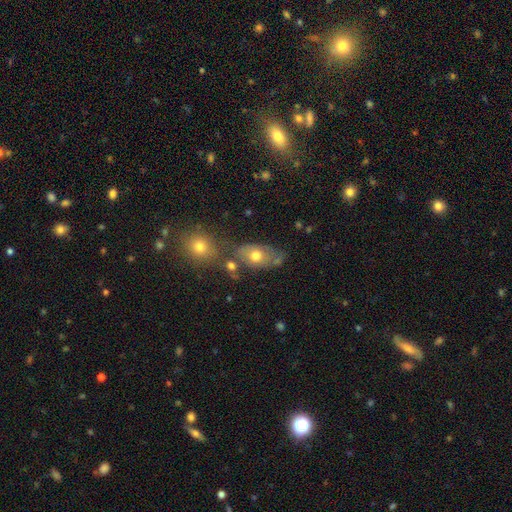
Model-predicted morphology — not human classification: Overall: smooth (64%; featured or disk 25%). How rounded: in between (78%). Merging: none (50%; merger 22%).